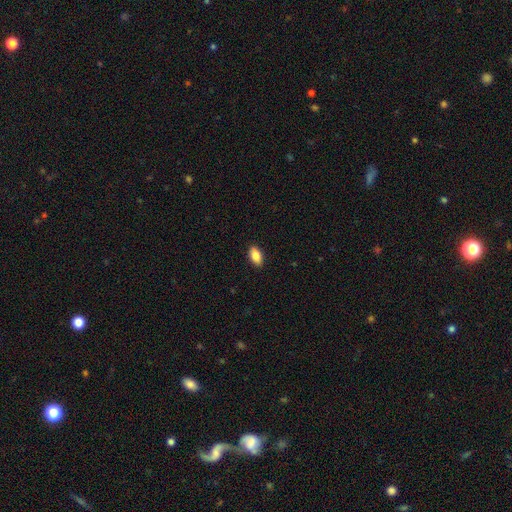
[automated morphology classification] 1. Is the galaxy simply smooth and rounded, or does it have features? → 86% smooth, 8% featured or disk, 7% star or artifact.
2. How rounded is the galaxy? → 92% in between, 4% round, 4% cigar-shaped.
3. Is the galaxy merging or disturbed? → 90% none, 7% minor disturbance, 2% major disturbance, 1% merger.